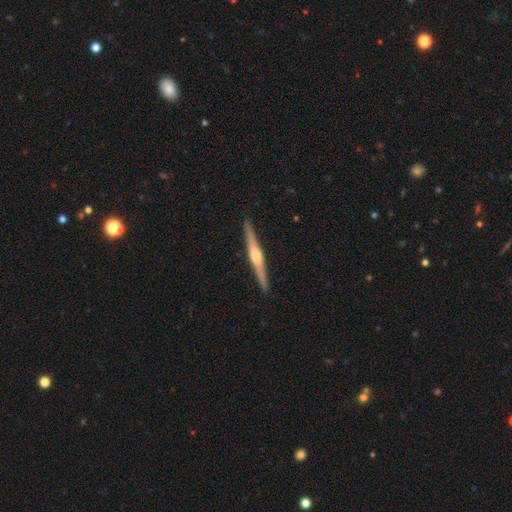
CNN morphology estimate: This appears to be a featured or disk galaxy (77%) viewed edge-on (98%) with a rounded central bulge (86%). Merging: none (92%).